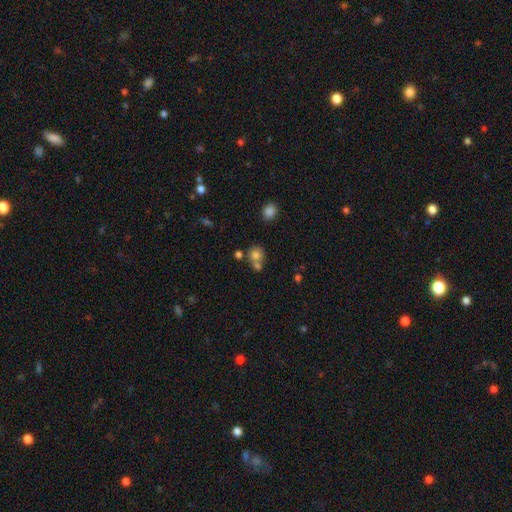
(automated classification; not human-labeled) This appears to be a smooth galaxy with no disk features (76%) that is round (77%). Merging: none (46%).